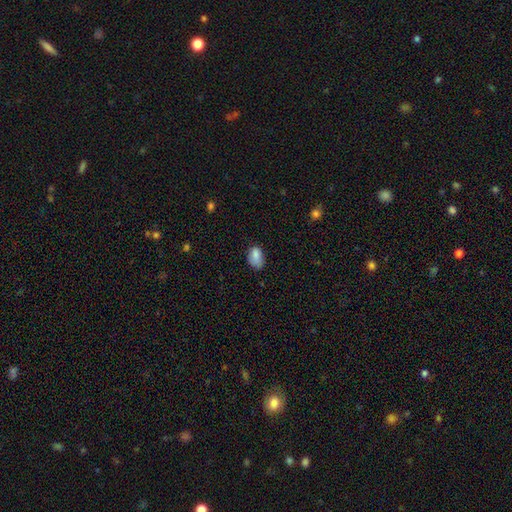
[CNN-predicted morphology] Overall: smooth (84%). How rounded: in between (89%). Merging: none (59%; minor disturbance 32%).